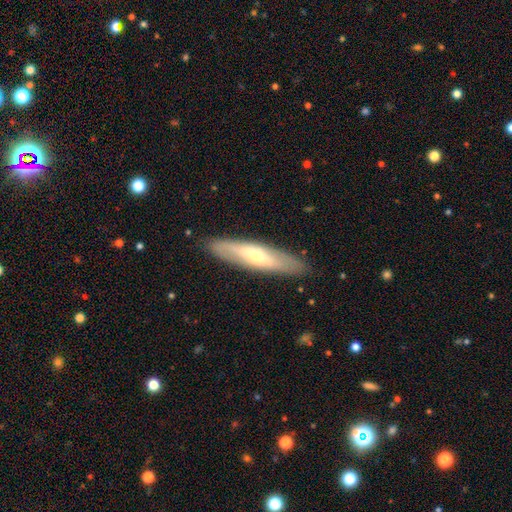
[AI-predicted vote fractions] Morphology: type=smooth (48%); merging=none (88%).